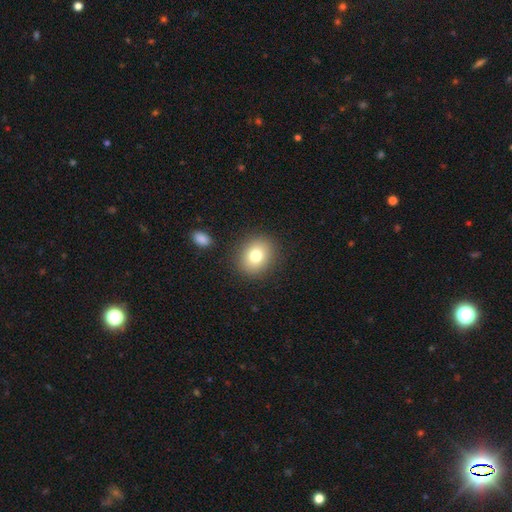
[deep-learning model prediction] A smooth galaxy with no disk features (78%) that is round (65%).

Vote fractions:
- Smooth or featured? smooth: 78% / featured or disk: 11% / star or artifact: 10%
- How rounded? round: 65% / in between: 34% / cigar-shaped: 1%
- Merging? none: 87% / minor disturbance: 8% / major disturbance: 3% / merger: 2%